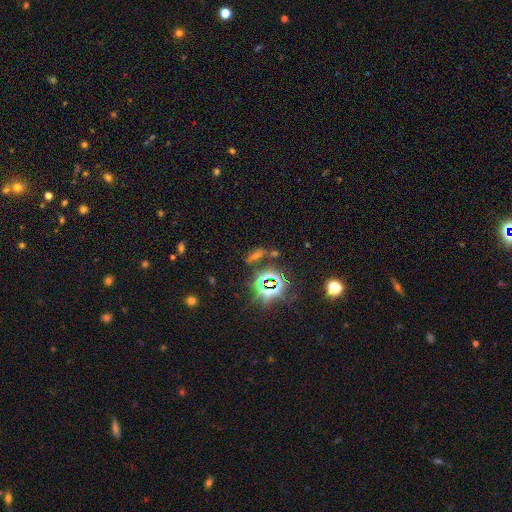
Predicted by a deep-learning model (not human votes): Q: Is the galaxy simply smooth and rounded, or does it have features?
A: star or artifact — 57%.